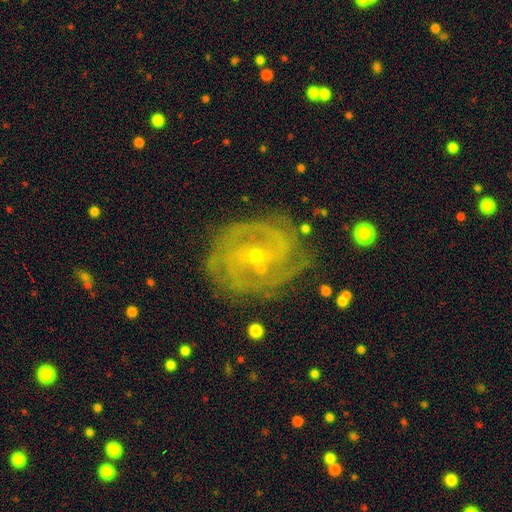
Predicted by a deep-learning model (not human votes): The model was most divided on "bar": no: 41%, weak: 40%, strong: 19%. Remaining: edge-on disk — no (97%); spiral arms — yes (95%); smooth or featured — featured or disk (87%); merging — none (71%); bulge size — small (67%); spiral winding — tight (60%); spiral arm count — 2 (46%).